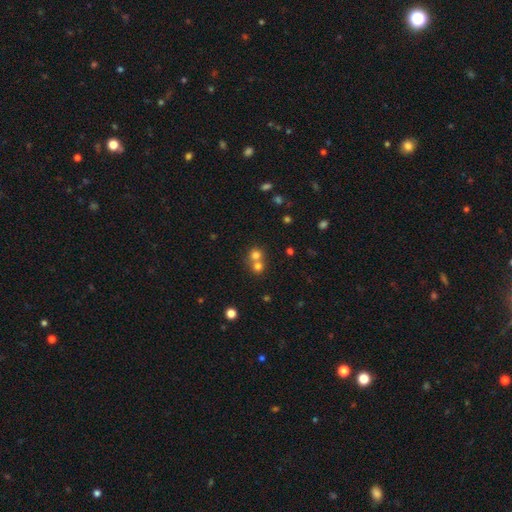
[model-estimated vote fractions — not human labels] This appears to be a smooth galaxy with no disk features (73%) that is round (86%). Merging: merger (54%).